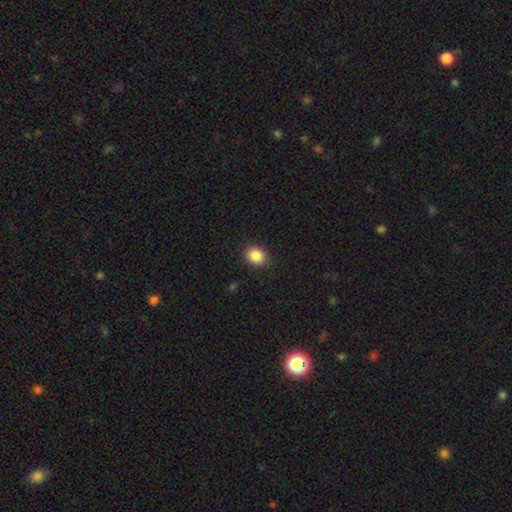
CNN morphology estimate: smooth_or_featured: smooth (p=0.87) [alt: star or artifact p=0.09]
how_rounded: round (p=0.59) [alt: in between p=0.41]
merging: none (p=0.90) [alt: minor disturbance p=0.07]